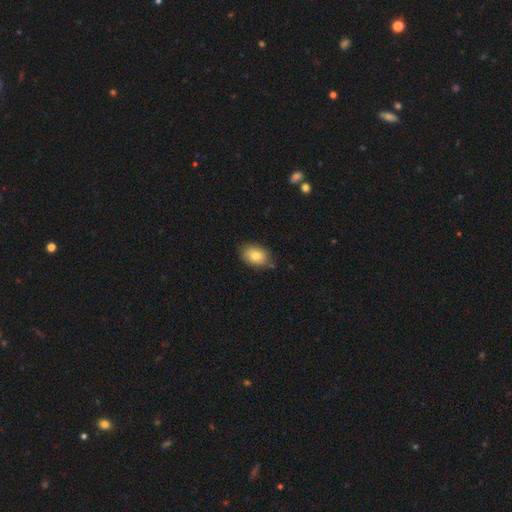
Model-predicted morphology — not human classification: A smooth galaxy with no disk features (82%) that is in between round and cigar-shaped (84%).

Vote fractions:
- Smooth or featured? smooth: 82% / featured or disk: 10% / star or artifact: 8%
- How rounded? in between: 84% / round: 14% / cigar-shaped: 1%
- Merging? none: 78% / minor disturbance: 17% / major disturbance: 3% / merger: 2%